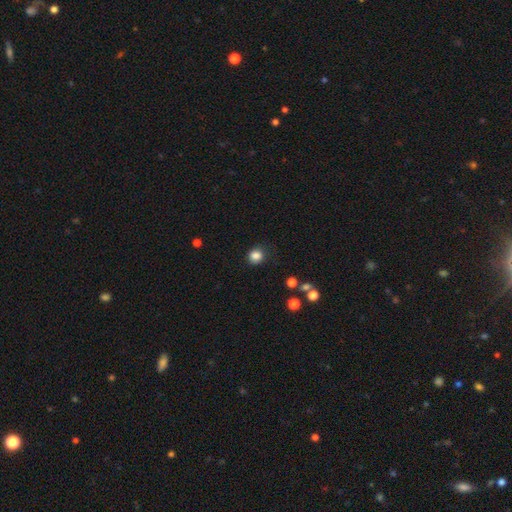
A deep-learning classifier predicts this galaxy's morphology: Overall: smooth (84%). How rounded: round (80%). Merging: none (80%).